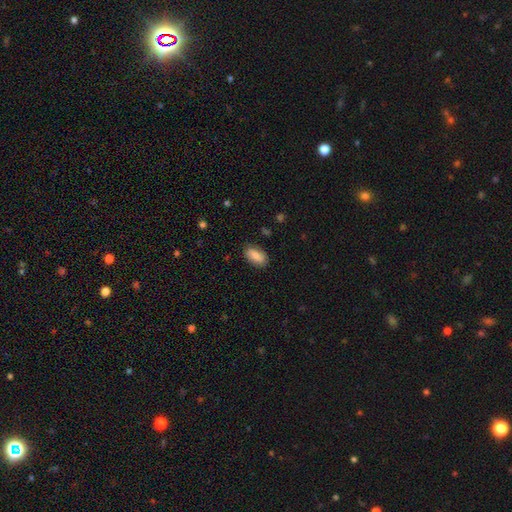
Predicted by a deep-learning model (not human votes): Smooth or featured? Predicted: smooth (p=0.81). How rounded? Predicted: in between (p=0.92). Merging? Predicted: none (p=0.83).